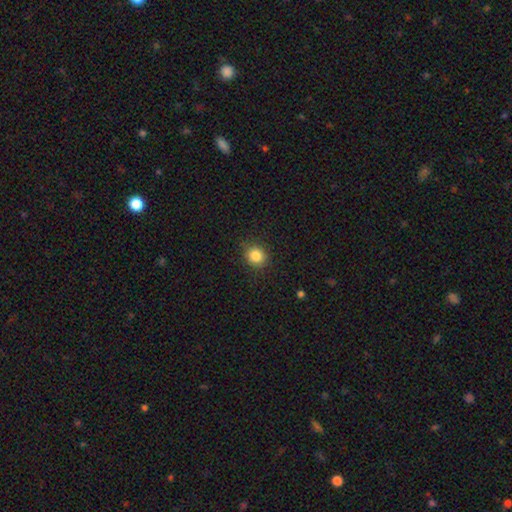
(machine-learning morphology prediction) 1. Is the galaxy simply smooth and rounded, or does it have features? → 84% smooth, 11% star or artifact, 5% featured or disk.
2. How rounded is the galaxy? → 80% round, 19% in between, 1% cigar-shaped.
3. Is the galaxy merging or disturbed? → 88% none, 9% minor disturbance, 2% major disturbance, 1% merger.